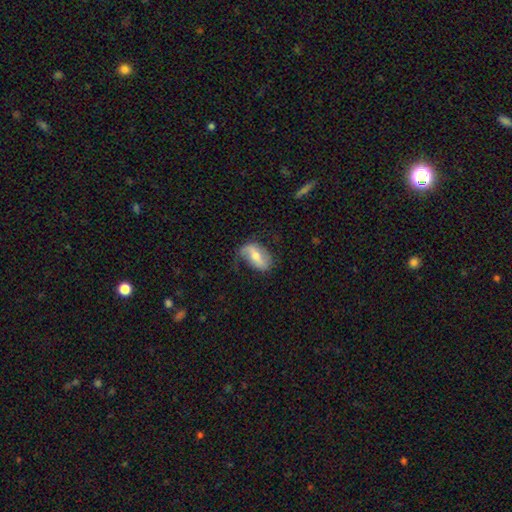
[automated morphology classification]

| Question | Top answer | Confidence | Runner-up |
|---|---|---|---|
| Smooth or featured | featured or disk | 61% | smooth (32%) |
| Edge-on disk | no | 94% | yes (6%) |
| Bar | strong | 38% | weak (36%) |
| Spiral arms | yes | 84% | no (16%) |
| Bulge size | moderate | 58% | small (33%) |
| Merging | none | 61% | minor disturbance (26%) |